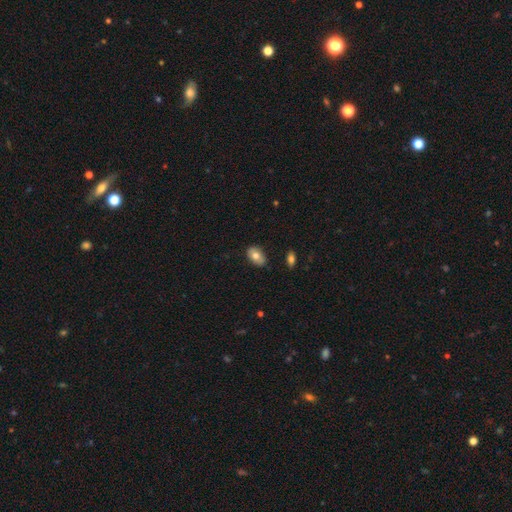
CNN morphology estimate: A smooth galaxy with no disk features (73%) that is in between round and cigar-shaped (89%).

Vote fractions:
- Smooth or featured? smooth: 73% / featured or disk: 19% / star or artifact: 8%
- How rounded? in between: 89% / round: 10% / cigar-shaped: 1%
- Merging? none: 84% / minor disturbance: 13% / major disturbance: 2% / merger: 1%